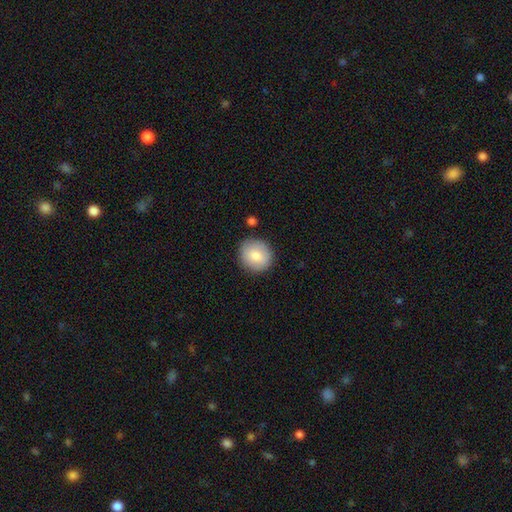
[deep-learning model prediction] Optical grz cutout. It shows a smooth galaxy with no disk features (82%) that is round (87%). Merging: none (85%).